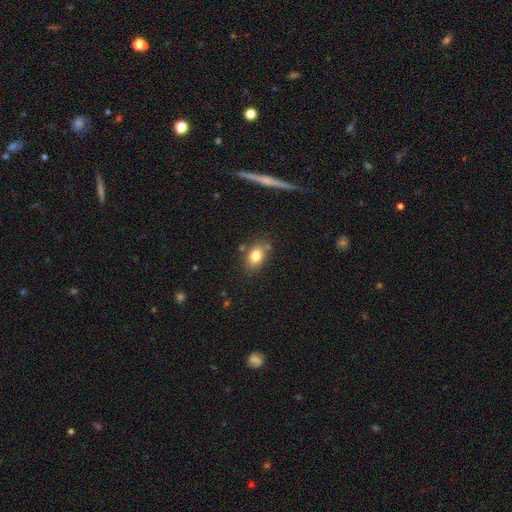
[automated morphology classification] type=smooth (80%); roundness=in between (75%); merging=none (75%).